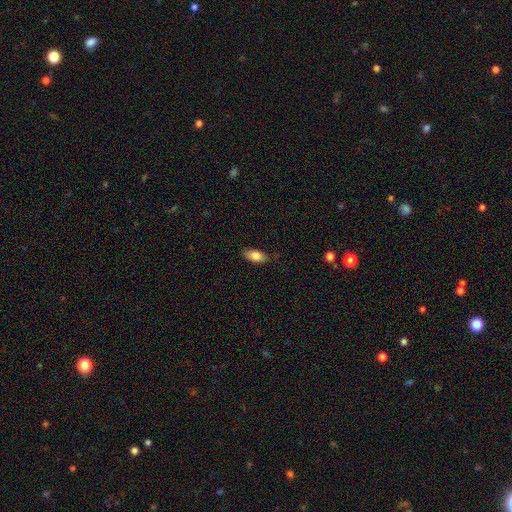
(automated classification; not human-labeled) Smooth or featured?
  - smooth: 81% *
  - featured or disk: 12%
  - star or artifact: 7%
How rounded?
  - in between: 87% *
  - cigar-shaped: 10%
  - round: 3%
Merging?
  - none: 83% *
  - minor disturbance: 13%
  - major disturbance: 2%
  - merger: 1%